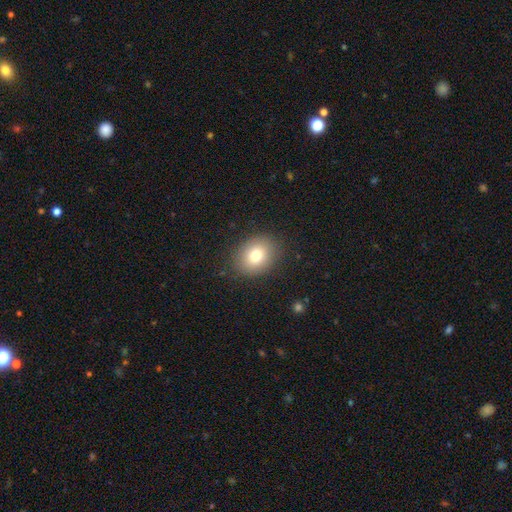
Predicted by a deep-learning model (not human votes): smooth-or-featured: smooth: 77% | featured or disk: 12% | star or artifact: 11%
  how-rounded: round: 50% | in between: 49% | cigar-shaped: 1%
  merging: none: 86% | minor disturbance: 10% | major disturbance: 3% | merger: 1%